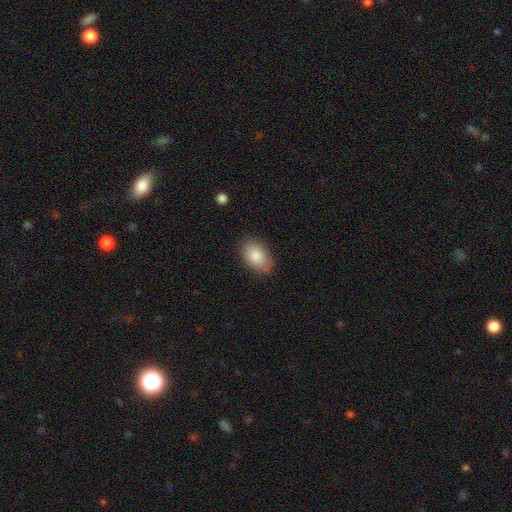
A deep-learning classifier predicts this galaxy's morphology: A smooth galaxy with no disk features (84%) that is in between round and cigar-shaped (90%).

Vote fractions:
- Smooth or featured? smooth: 84% / featured or disk: 9% / star or artifact: 7%
- How rounded? in between: 90% / round: 9% / cigar-shaped: 1%
- Merging? none: 81% / minor disturbance: 15% / major disturbance: 3% / merger: 1%